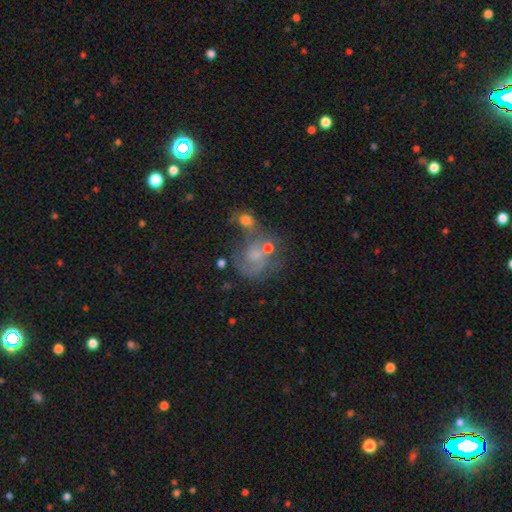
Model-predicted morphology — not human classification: Smooth or featured? Predicted: featured or disk (p=0.55). Edge-on disk? Predicted: no (p=0.98). Bar? Predicted: no (p=0.73). Spiral arms? Predicted: yes (p=0.72). Bulge size? Predicted: small (p=0.40). Merging? Predicted: none (p=0.33).